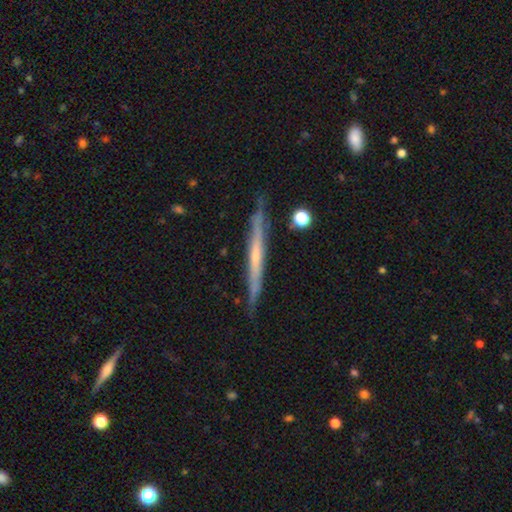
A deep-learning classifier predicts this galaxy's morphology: Smooth or featured?
  - featured or disk: 60% *
  - smooth: 34%
  - star or artifact: 6%
Edge-on disk?
  - yes: 95% *
  - no: 5%
Edge-on bulge?
  - none: 73% *
  - rounded: 21%
  - boxy: 6%
Merging?
  - none: 83% *
  - minor disturbance: 13%
  - major disturbance: 2%
  - merger: 2%